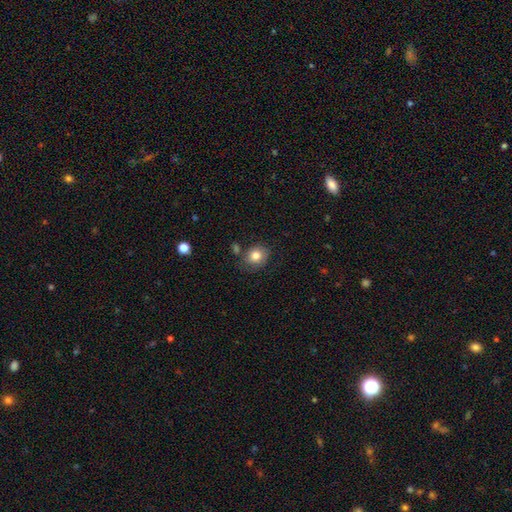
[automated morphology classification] smooth_or_featured: smooth (p=0.81) [alt: star or artifact p=0.09]
how_rounded: round (p=0.67) [alt: in between p=0.33]
merging: none (p=0.71) [alt: minor disturbance p=0.17]